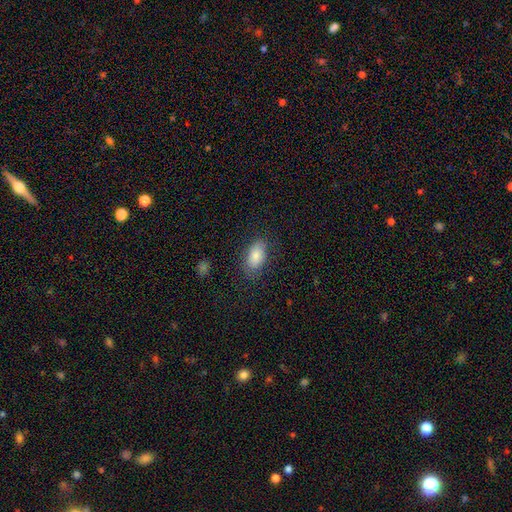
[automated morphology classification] Smooth or featured? smooth (83%)
How rounded? in between (92%)
Merging? none (79%)